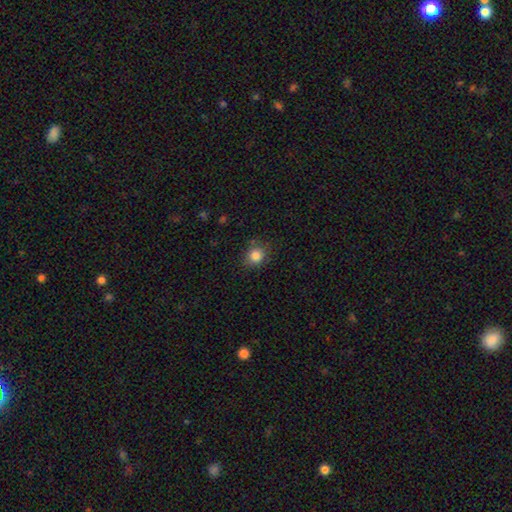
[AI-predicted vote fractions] Q: Smooth or featured?
A: smooth (84%); runner-up: star or artifact (11%)
Q: How rounded?
A: round (76%); runner-up: in between (23%)
Q: Merging?
A: none (79%); runner-up: minor disturbance (15%)